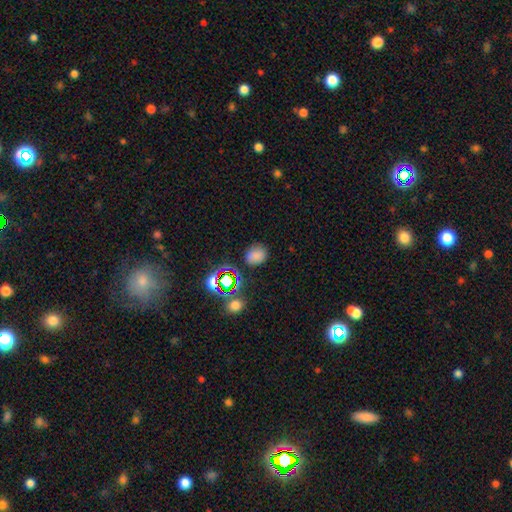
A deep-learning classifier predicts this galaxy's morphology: A smooth galaxy with no disk features (73%) that is round (59%). Merging: none (76%).